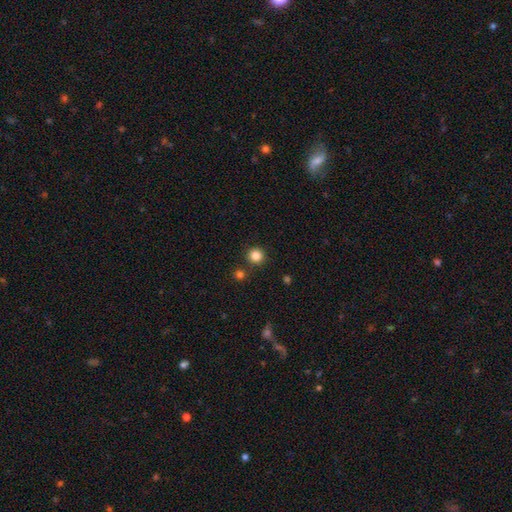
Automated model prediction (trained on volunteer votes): smooth_or_featured: smooth (p=0.84) [alt: star or artifact p=0.12]
how_rounded: round (p=0.94) [alt: in between p=0.05]
merging: none (p=0.85) [alt: minor disturbance p=0.06]